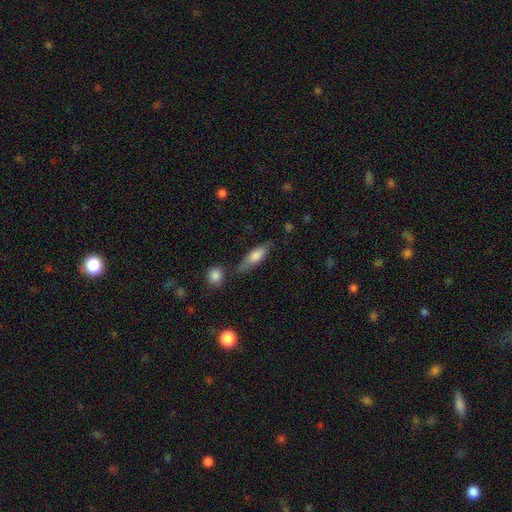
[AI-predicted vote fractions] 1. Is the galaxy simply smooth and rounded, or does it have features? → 71% smooth, 22% featured or disk, 7% star or artifact.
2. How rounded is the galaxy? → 53% in between, 44% cigar-shaped, 3% round.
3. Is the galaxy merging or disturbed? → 62% none, 22% minor disturbance, 9% merger, 7% major disturbance.